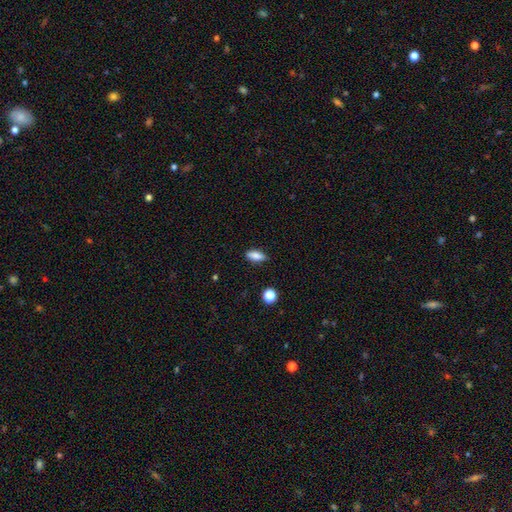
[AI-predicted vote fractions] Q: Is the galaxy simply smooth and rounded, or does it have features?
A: smooth — 80%.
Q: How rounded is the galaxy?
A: in between — 74%.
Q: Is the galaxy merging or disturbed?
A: none — 83%.